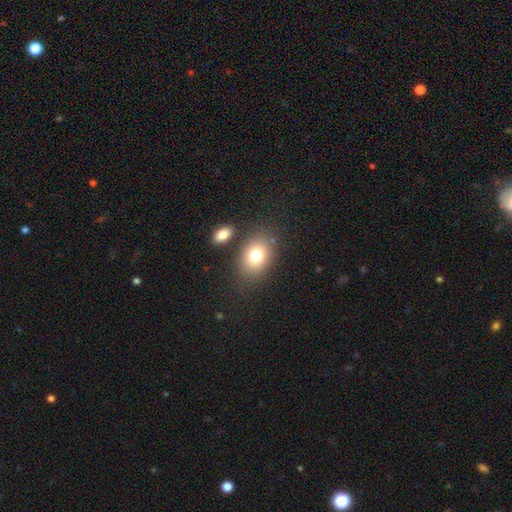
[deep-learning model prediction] A smooth galaxy with no disk features (78%) that is in between round and cigar-shaped (73%). Merging: none (75%).